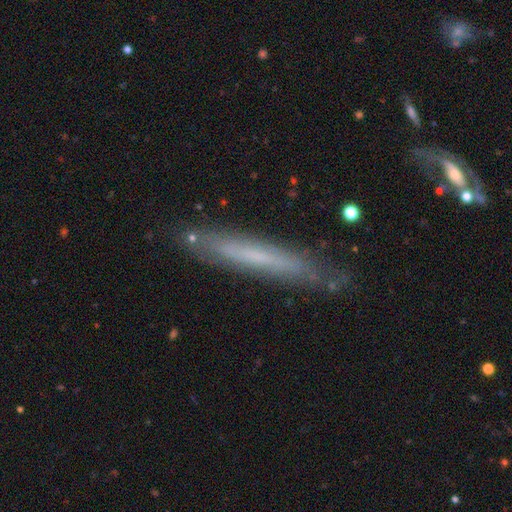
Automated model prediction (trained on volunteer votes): smooth_or_featured: featured or disk (p=0.50) [alt: smooth p=0.42]
merging: none (p=0.77) [alt: minor disturbance p=0.17]